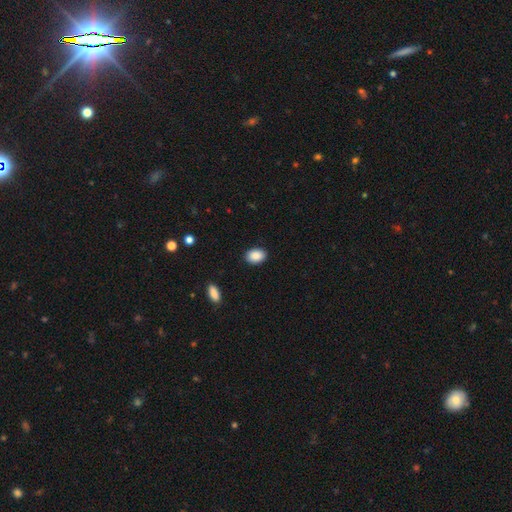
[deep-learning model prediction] A smooth galaxy with no disk features (90%) that is in between round and cigar-shaped (84%).

Vote fractions:
- Smooth or featured? smooth: 90% / star or artifact: 7% / featured or disk: 3%
- How rounded? in between: 84% / round: 15% / cigar-shaped: 1%
- Merging? none: 89% / minor disturbance: 8% / major disturbance: 2% / merger: 1%